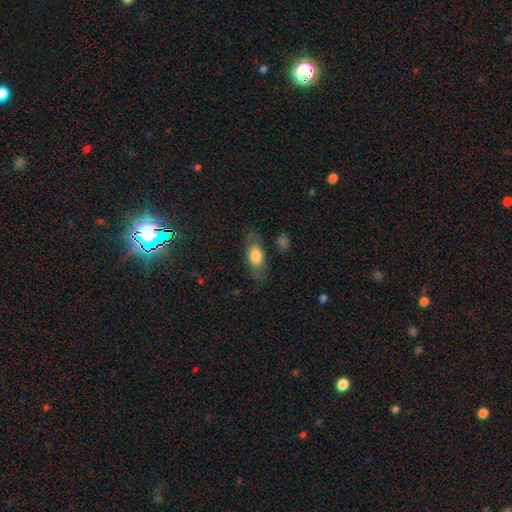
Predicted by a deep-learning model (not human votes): The model was most divided on "smooth or featured": smooth: 72%, featured or disk: 20%, star or artifact: 7%. More confident: how rounded — in between (82%); merging — none (73%).